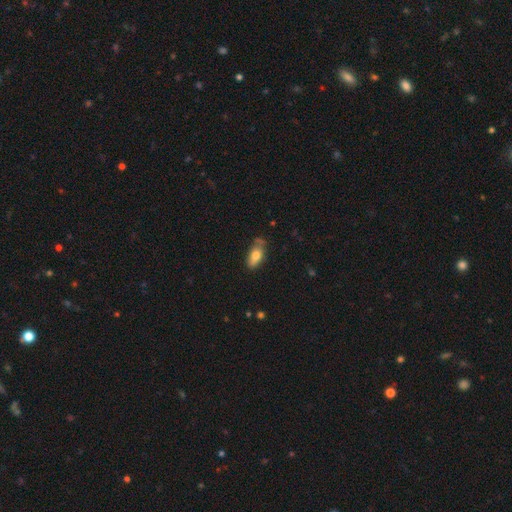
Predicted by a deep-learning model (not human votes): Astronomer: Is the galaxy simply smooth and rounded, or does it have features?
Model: smooth — 74%.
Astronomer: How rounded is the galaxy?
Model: in between — 83%.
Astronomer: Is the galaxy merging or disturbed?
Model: none — 59%.